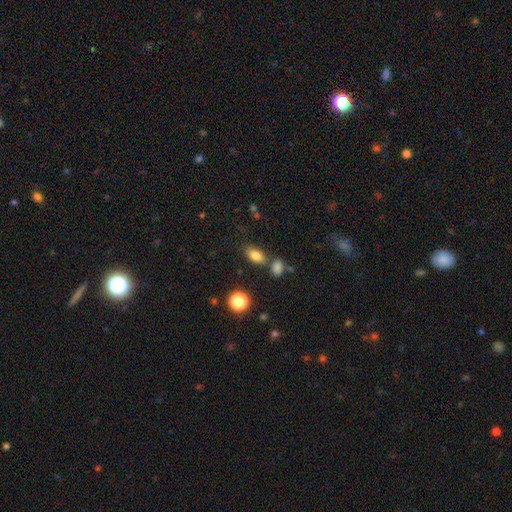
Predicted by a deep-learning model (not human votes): Morphology: type=smooth (81%); roundness=in between (84%); merging=none (70%).